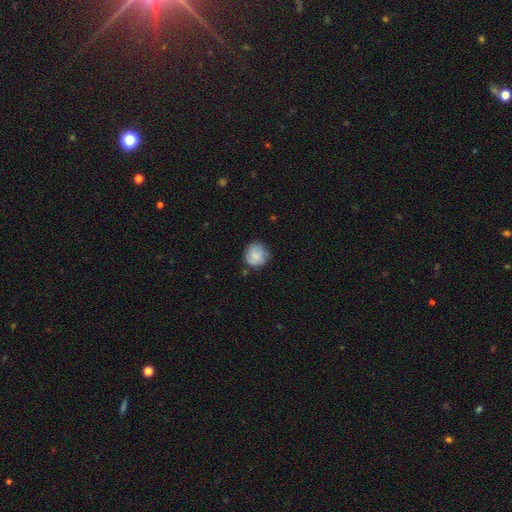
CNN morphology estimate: type=smooth (70%); roundness=round (84%); merging=none (66%).